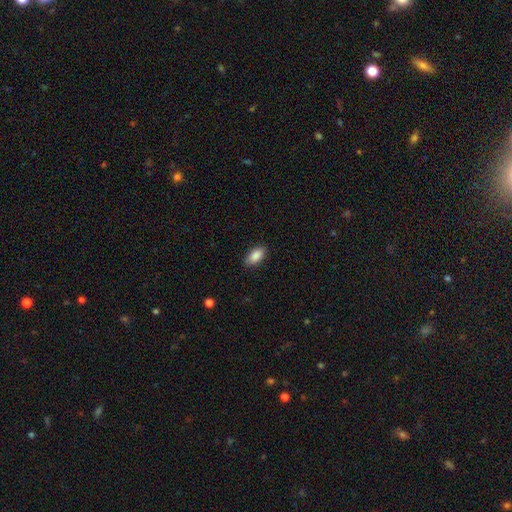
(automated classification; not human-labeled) A smooth galaxy with no disk features (88%) that is in between round and cigar-shaped (92%). Merging: none (87%).